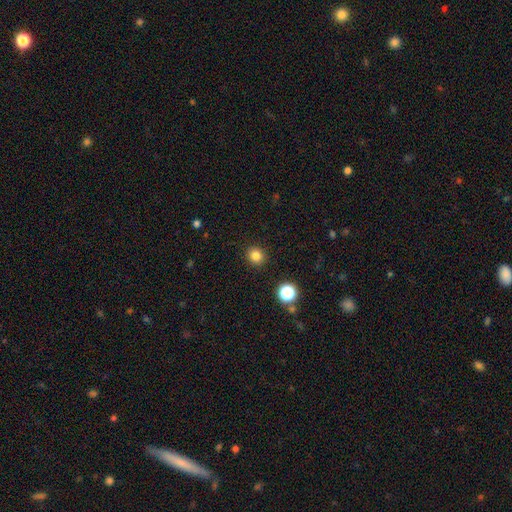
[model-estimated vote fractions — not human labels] Overall: smooth (82%). How rounded: round (84%). Merging: none (91%).